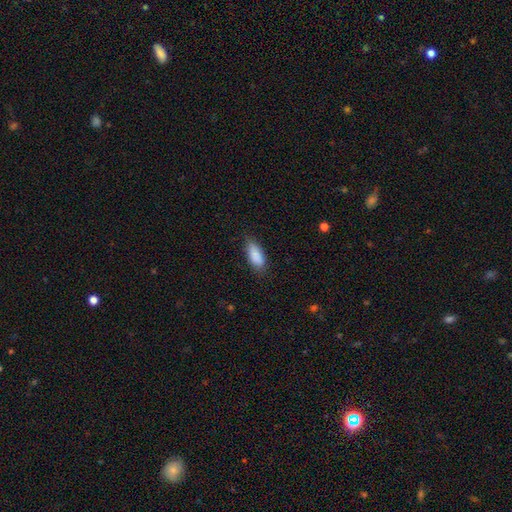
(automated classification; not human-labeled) Smooth or featured: smooth — 88% (star or artifact — 7%)
How rounded: in between — 83% (cigar-shaped — 15%)
Merging: none — 75% (minor disturbance — 20%)